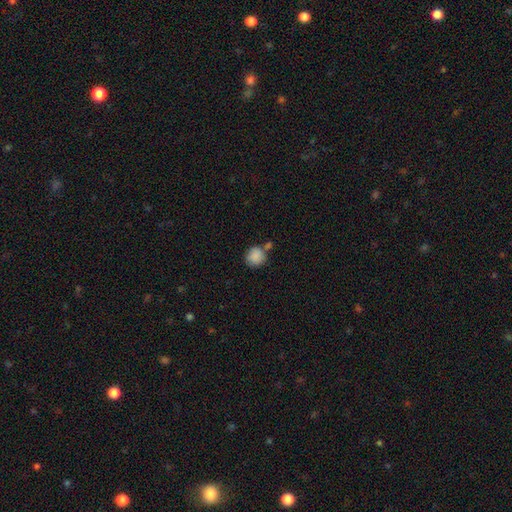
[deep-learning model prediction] A smooth galaxy with no disk features (87%) that is round (87%).

Vote fractions:
- Smooth or featured? smooth: 87% / star or artifact: 8% / featured or disk: 5%
- How rounded? round: 87% / in between: 12% / cigar-shaped: 1%
- Merging? none: 59% / merger: 21% / minor disturbance: 15% / major disturbance: 4%